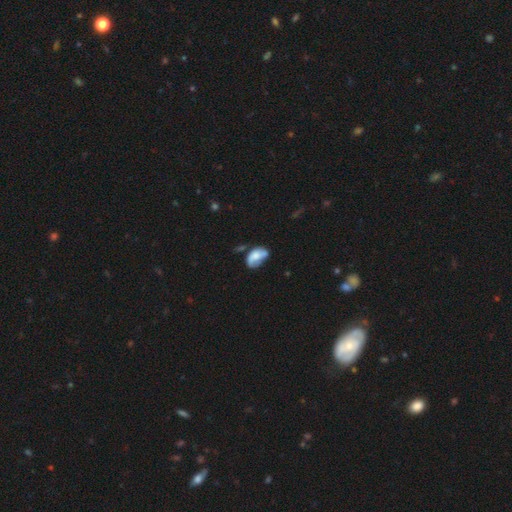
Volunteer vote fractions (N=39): Morphology: type=smooth (54%); roundness=in between (86%); merging=none (36%).